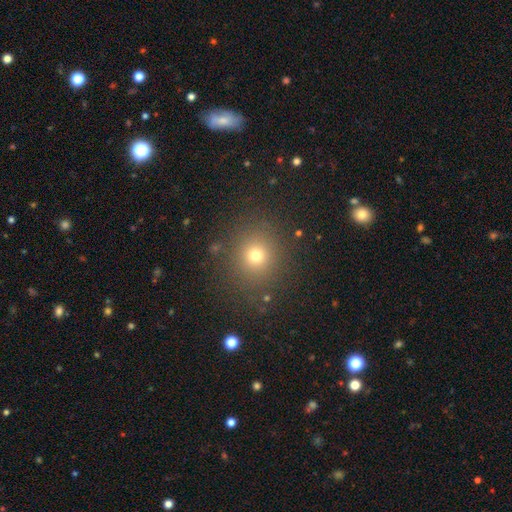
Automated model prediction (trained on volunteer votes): This is likely a smooth galaxy (70%). How rounded: clearly round (89%). Merging: clearly none (87%).